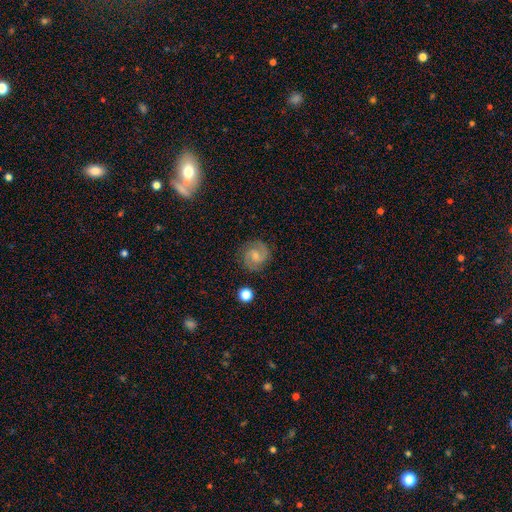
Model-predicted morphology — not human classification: smooth-or-featured: featured or disk: 71% | smooth: 21% | star or artifact: 8%
  disk-edge-on: no: 98% | yes: 2%
    bar: weak: 53% | no: 38% | strong: 9%
    has-spiral-arms: yes: 95% | no: 5%
      spiral-winding: medium: 52% | tight: 31% | loose: 17%
      spiral-arm-count: 2: 88% | can't tell: 5% | 3: 2% | 1: 2% | 4: 1% | more than 4: 1%
    bulge-size: small: 44% | moderate: 34% | none: 17% | large: 3% | dominant: 1%
  merging: none: 83% | minor disturbance: 12% | major disturbance: 4% | merger: 2%